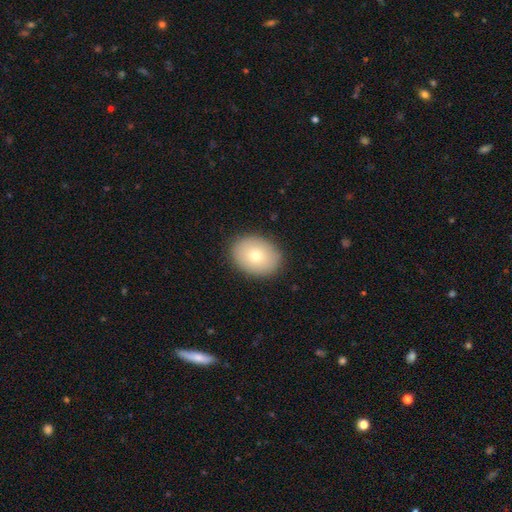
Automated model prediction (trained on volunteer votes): Smooth or featured? smooth (76%)
How rounded? in between (62%)
Merging? none (89%)